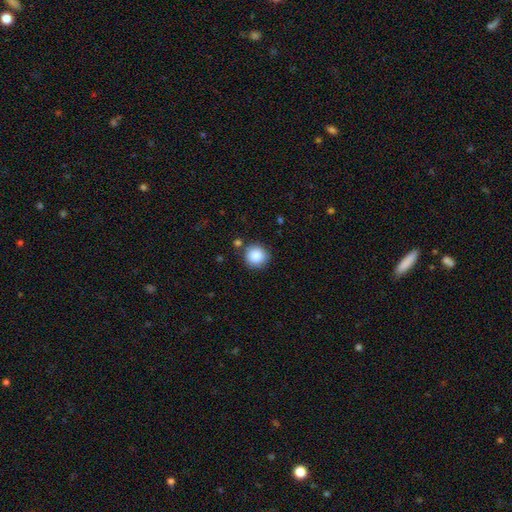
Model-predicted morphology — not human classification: Smooth or featured?
  - smooth: 87% *
  - star or artifact: 8%
  - featured or disk: 4%
How rounded?
  - round: 94% *
  - in between: 5%
  - cigar-shaped: 1%
Merging?
  - none: 83% *
  - minor disturbance: 9%
  - merger: 5%
  - major disturbance: 3%